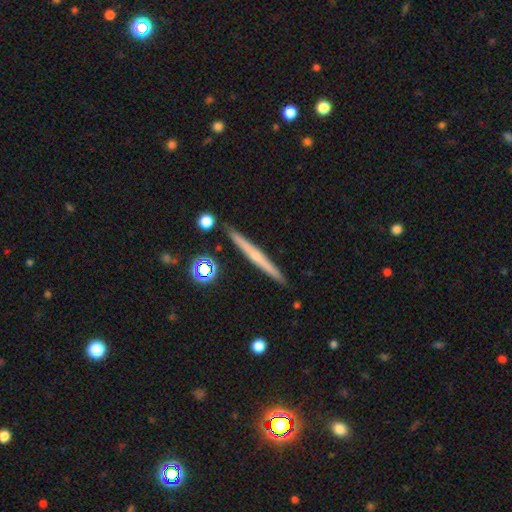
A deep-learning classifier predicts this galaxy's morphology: Overall: featured or disk (60%; smooth 33%). Edge-on disk: yes (97%). Edge-on bulge: none (51%; rounded 45%). Merging: none (91%).